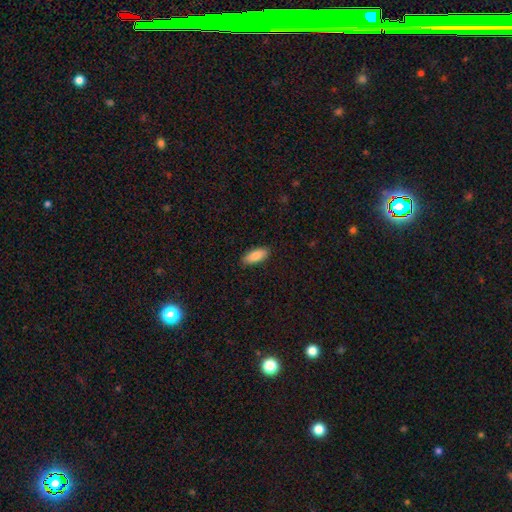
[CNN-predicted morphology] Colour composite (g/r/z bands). It shows a smooth galaxy with no disk features (86%) that is in between round and cigar-shaped (81%). Merging: none (89%).